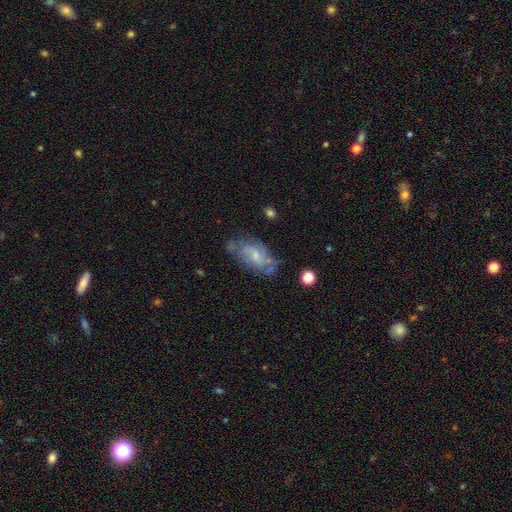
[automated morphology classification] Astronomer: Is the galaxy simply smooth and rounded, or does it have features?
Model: featured or disk — 52% (runner-up: smooth, 39%).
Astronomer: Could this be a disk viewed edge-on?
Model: no — 93%.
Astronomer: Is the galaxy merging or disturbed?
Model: none — 51% (runner-up: minor disturbance, 27%).